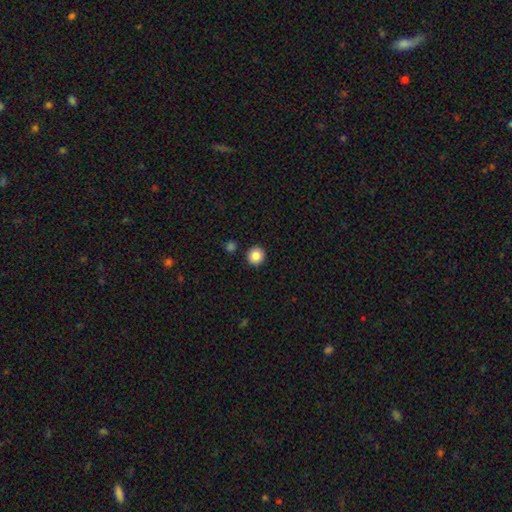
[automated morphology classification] Q: Smooth or featured?
A: smooth (86%); runner-up: star or artifact (9%)
Q: How rounded?
A: round (94%); runner-up: in between (5%)
Q: Merging?
A: none (91%); runner-up: minor disturbance (5%)